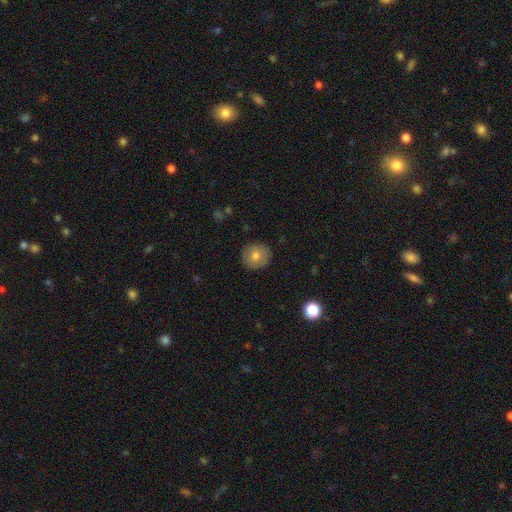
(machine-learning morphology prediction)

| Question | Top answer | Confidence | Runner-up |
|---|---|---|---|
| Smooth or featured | smooth | 74% | featured or disk (18%) |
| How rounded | round | 92% | in between (7%) |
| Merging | none | 89% | minor disturbance (8%) |